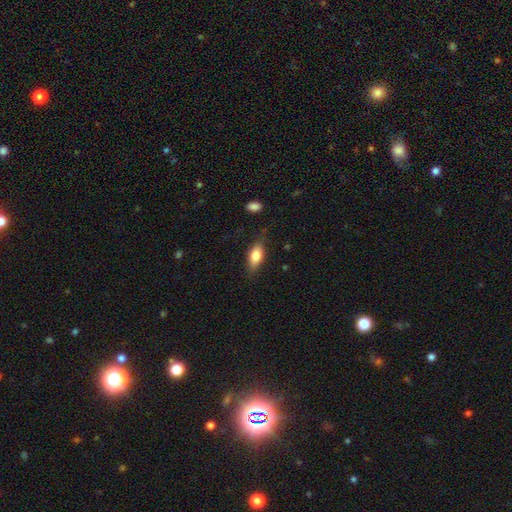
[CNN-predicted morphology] smooth_or_featured: smooth (p=0.77) [alt: featured or disk p=0.16]
how_rounded: in between (p=0.83) [alt: cigar-shaped p=0.13]
merging: none (p=0.78) [alt: minor disturbance p=0.17]